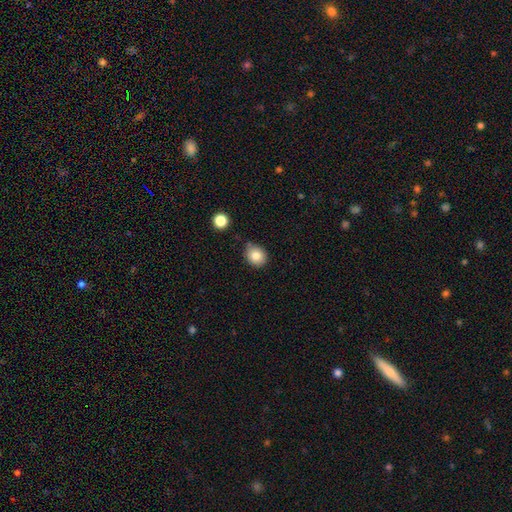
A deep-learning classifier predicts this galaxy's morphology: Smooth or featured? smooth (82%)
How rounded? round (72%)
Merging? none (74%)